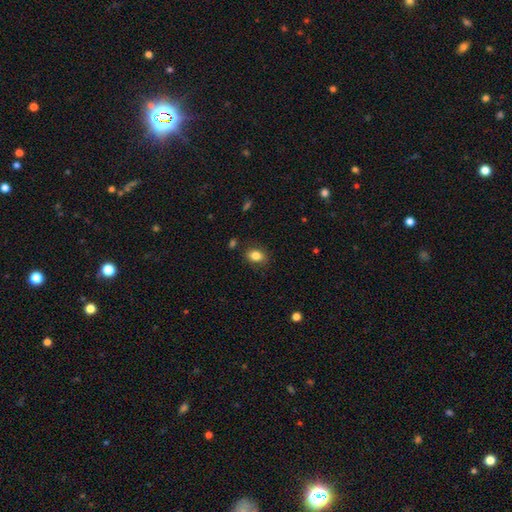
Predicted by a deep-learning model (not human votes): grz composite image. It shows a smooth galaxy with no disk features (84%) that is in between round and cigar-shaped (76%). Merging: none (83%).